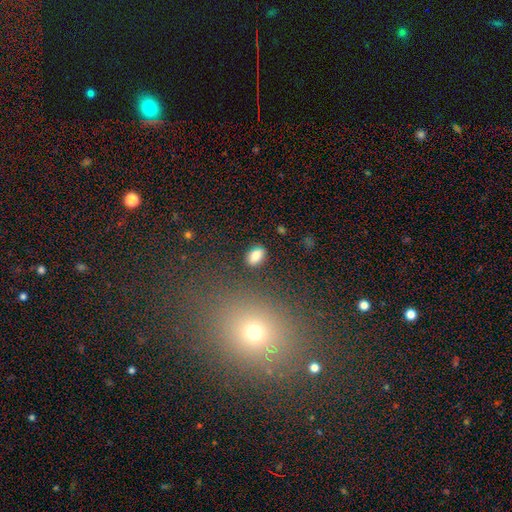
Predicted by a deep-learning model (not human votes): Smooth or featured? Predicted: smooth (p=0.83). How rounded? Predicted: in between (p=0.86). Merging? Predicted: none (p=0.85).